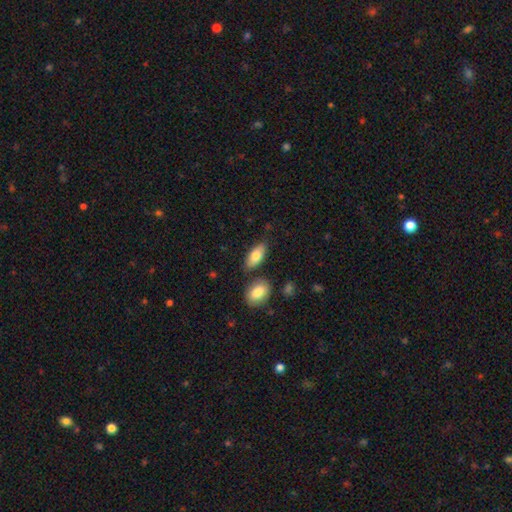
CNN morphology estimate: The model was most divided on "merging": none: 76%, minor disturbance: 13%, merger: 8%, major disturbance: 3%. More confident: how rounded — in between (87%); smooth or featured — smooth (80%).